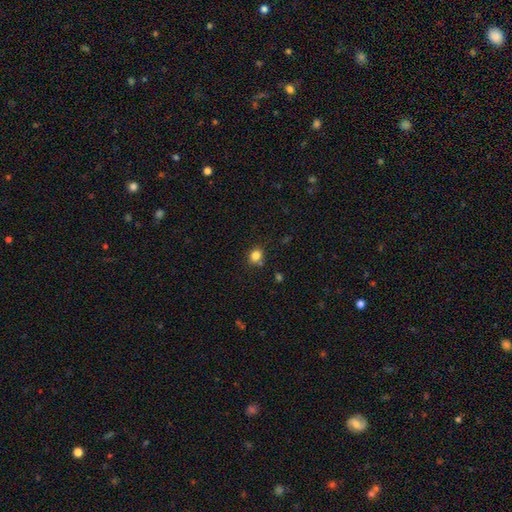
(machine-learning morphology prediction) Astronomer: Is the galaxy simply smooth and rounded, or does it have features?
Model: smooth — 82%.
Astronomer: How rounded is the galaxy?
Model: round — 61% (runner-up: in between, 38%).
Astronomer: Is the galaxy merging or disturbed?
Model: none — 77%.